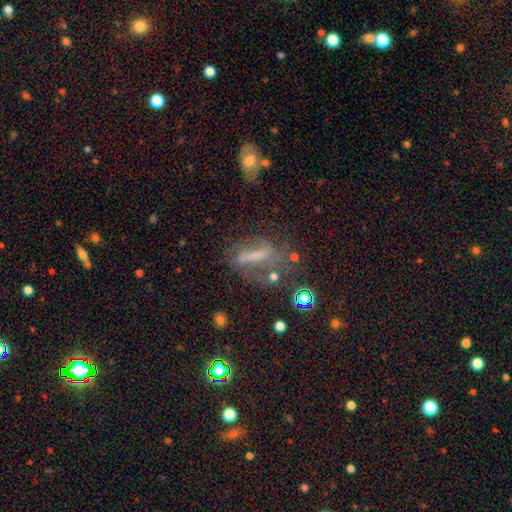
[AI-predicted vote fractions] Smooth or featured? Predicted: featured or disk (p=0.46). Merging? Predicted: none (p=0.47).